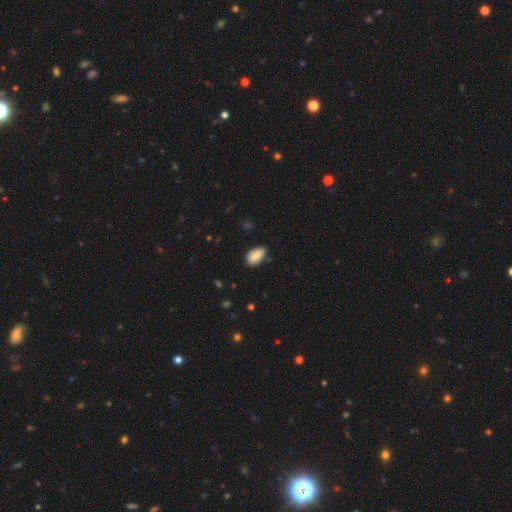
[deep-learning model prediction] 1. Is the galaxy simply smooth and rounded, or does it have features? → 85% smooth, 7% star or artifact, 7% featured or disk.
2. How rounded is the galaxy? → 93% in between, 5% round, 2% cigar-shaped.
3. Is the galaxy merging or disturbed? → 73% none, 22% minor disturbance, 3% major disturbance, 2% merger.